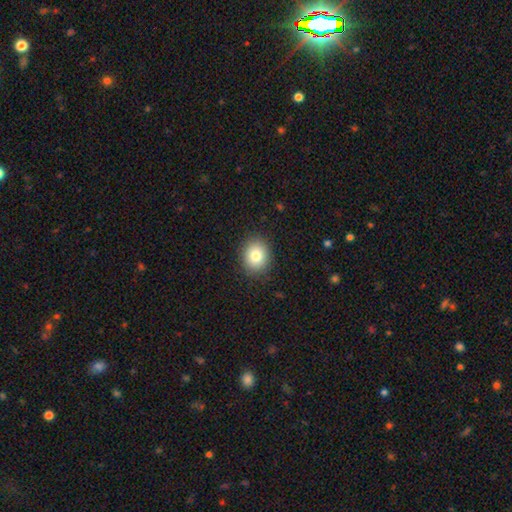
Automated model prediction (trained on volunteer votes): Overall: smooth (82%). How rounded: round (62%; in between 37%). Merging: none (89%).